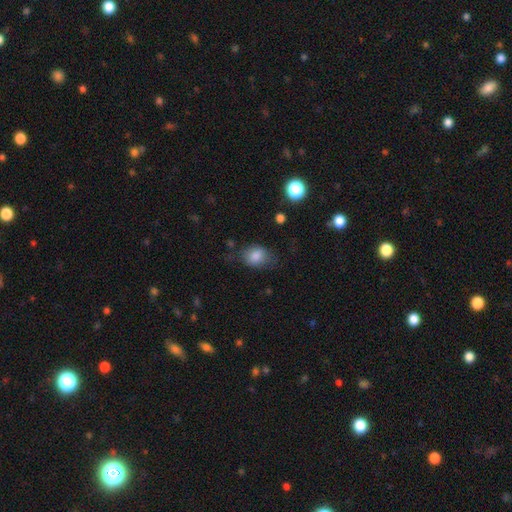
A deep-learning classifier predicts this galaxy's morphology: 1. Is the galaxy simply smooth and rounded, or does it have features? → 82% smooth, 9% star or artifact, 9% featured or disk.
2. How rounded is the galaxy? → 57% in between, 42% round, 1% cigar-shaped.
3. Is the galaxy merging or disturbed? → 61% none, 26% minor disturbance, 11% major disturbance, 2% merger.